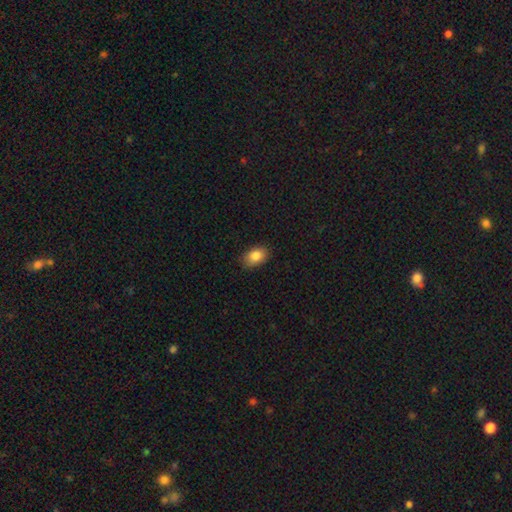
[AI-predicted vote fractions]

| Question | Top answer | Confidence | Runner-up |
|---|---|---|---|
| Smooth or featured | smooth | 85% | star or artifact (8%) |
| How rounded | in between | 84% | round (15%) |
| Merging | none | 83% | minor disturbance (13%) |